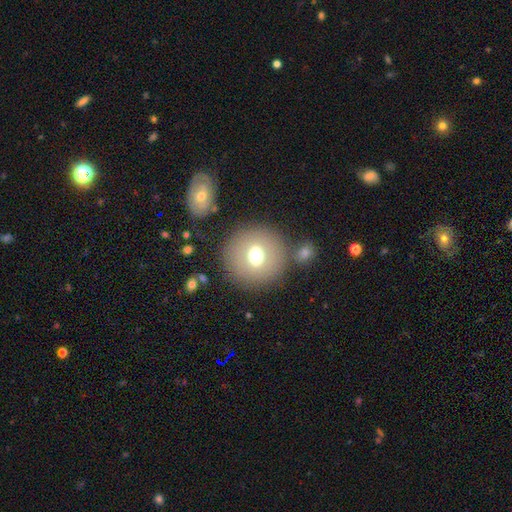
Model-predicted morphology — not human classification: smooth_or_featured: smooth (p=0.64) [alt: featured or disk p=0.24]
how_rounded: round (p=0.88) [alt: in between p=0.11]
merging: none (p=0.75) [alt: merger p=0.10]